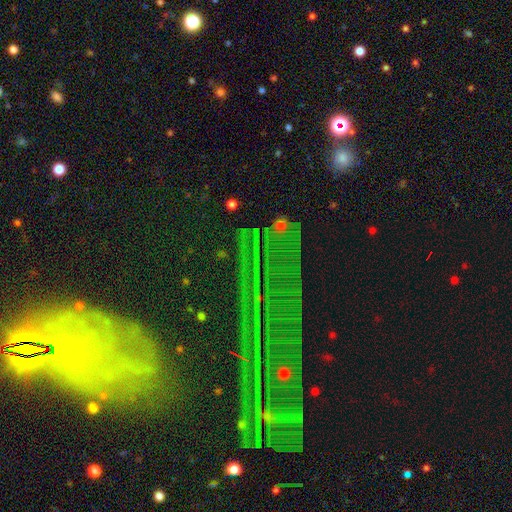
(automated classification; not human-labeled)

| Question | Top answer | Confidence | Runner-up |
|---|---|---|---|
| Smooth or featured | star or artifact | 61% | featured or disk (23%) |